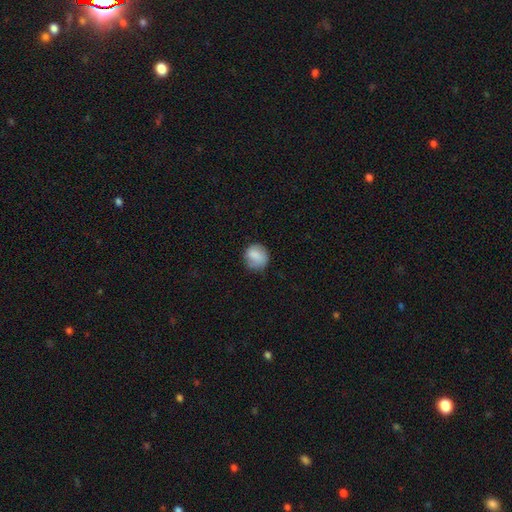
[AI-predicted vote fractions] A smooth galaxy with no disk features (81%) that is round (82%).

Vote fractions:
- Smooth or featured? smooth: 81% / featured or disk: 12% / star or artifact: 8%
- How rounded? round: 82% / in between: 17% / cigar-shaped: 1%
- Merging? none: 69% / minor disturbance: 23% / major disturbance: 7% / merger: 1%